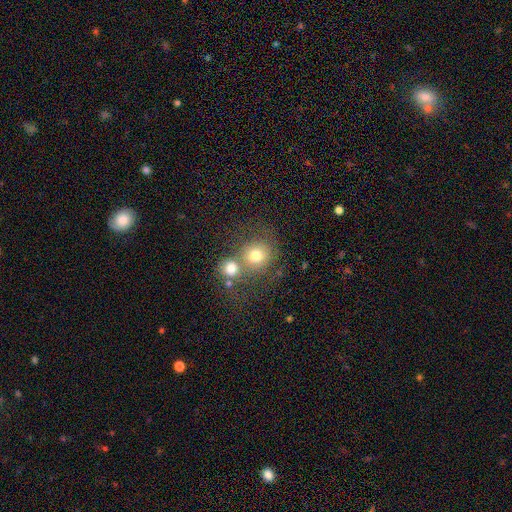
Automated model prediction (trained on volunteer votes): smooth 72%, featured or disk 15%, star or artifact 13%. Down the decision tree: how rounded — round (84%); merging — merger (46%).